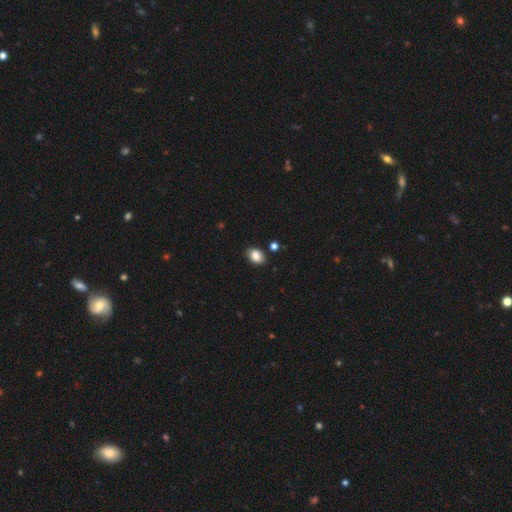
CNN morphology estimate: Smooth or featured: smooth — 86% (star or artifact — 9%)
How rounded: in between — 80% (round — 19%)
Merging: none — 85% (minor disturbance — 10%)